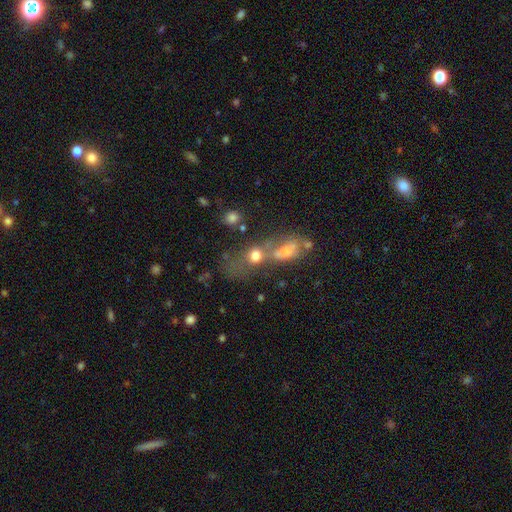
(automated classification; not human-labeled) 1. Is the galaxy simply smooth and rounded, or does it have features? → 64% smooth, 19% featured or disk, 17% star or artifact.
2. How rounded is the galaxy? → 50% in between, 44% round, 6% cigar-shaped.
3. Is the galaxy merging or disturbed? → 51% merger, 25% none, 13% major disturbance, 11% minor disturbance.